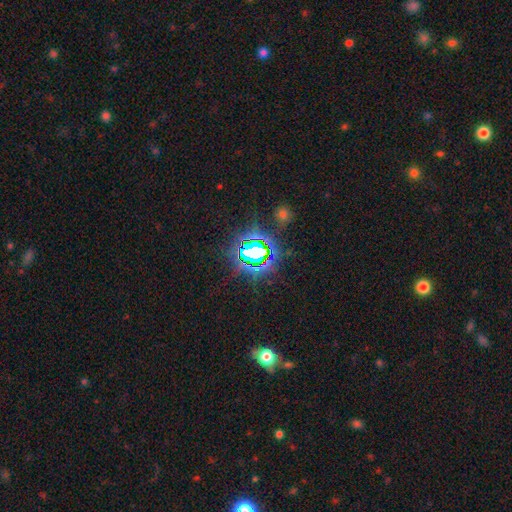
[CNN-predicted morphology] smooth_or_featured: star or artifact (p=0.78) [alt: smooth p=0.11]